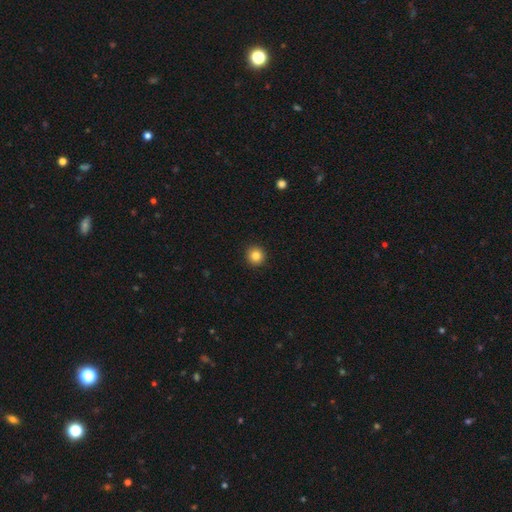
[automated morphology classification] Smooth or featured: smooth — 84% (star or artifact — 10%)
How rounded: round — 95% (in between — 4%)
Merging: none — 93% (minor disturbance — 4%)